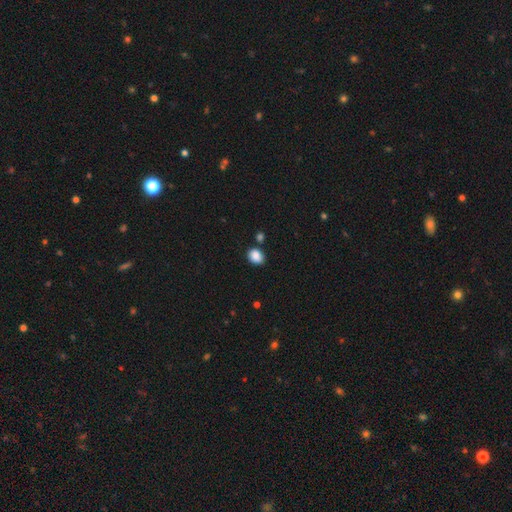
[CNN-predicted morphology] smooth-or-featured: smooth: 87% | star or artifact: 9% | featured or disk: 4%
  how-rounded: in between: 56% | round: 43% | cigar-shaped: 1%
  merging: none: 77% | minor disturbance: 13% | merger: 7% | major disturbance: 3%